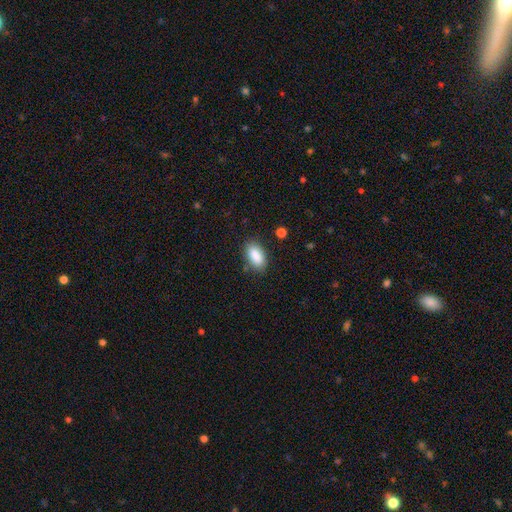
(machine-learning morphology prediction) Overall: smooth (89%). How rounded: in between (92%). Merging: none (83%).